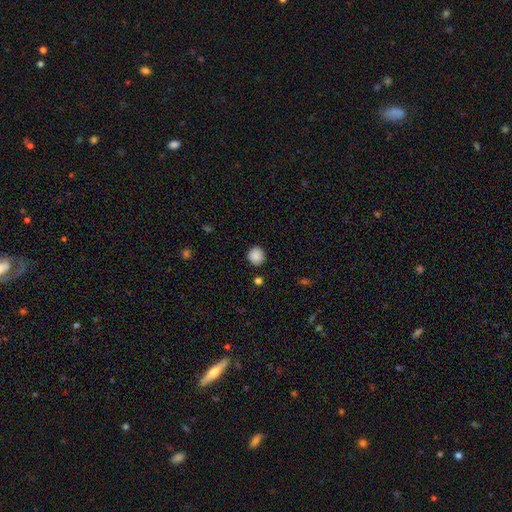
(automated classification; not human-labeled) Overall: smooth (87%). How rounded: round (91%). Merging: none (87%).